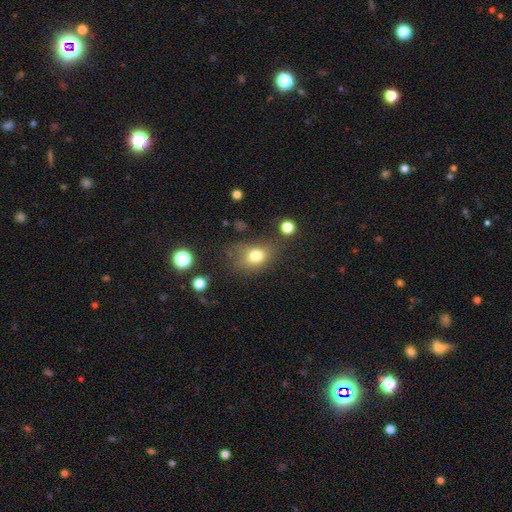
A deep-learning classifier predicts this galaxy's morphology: A smooth galaxy with no disk features (76%) that is in between round and cigar-shaped (63%). Merging: none (59%).